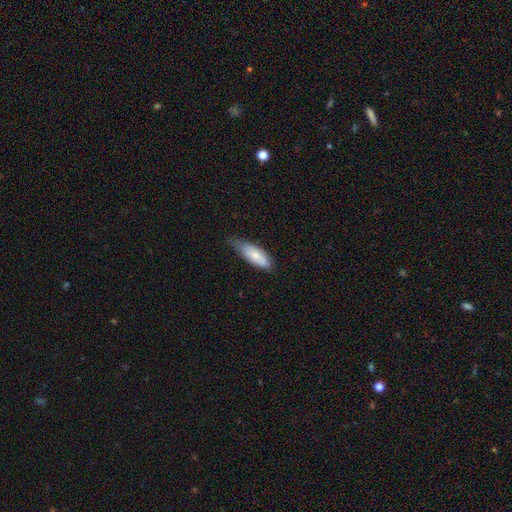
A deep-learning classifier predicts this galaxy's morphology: smooth-or-featured: smooth: 77% | featured or disk: 17% | star or artifact: 6%
  how-rounded: in between: 70% | cigar-shaped: 28% | round: 2%
  merging: none: 57% | minor disturbance: 35% | major disturbance: 6% | merger: 2%